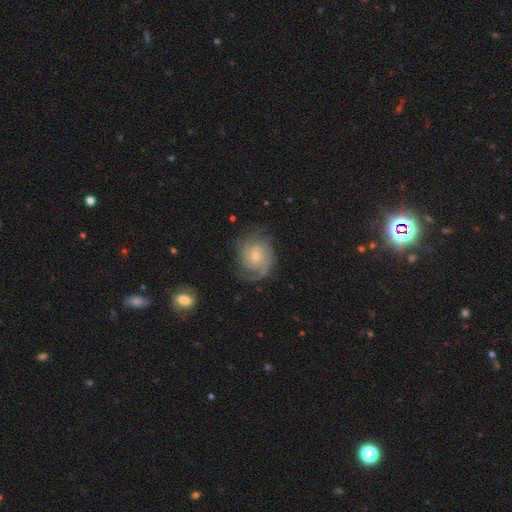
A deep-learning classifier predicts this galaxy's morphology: smooth-or-featured: featured or disk: 78% | smooth: 15% | star or artifact: 8%
  disk-edge-on: no: 97% | yes: 3%
    bar: no: 75% | weak: 22% | strong: 4%
    has-spiral-arms: yes: 94% | no: 6%
      spiral-winding: tight: 53% | medium: 33% | loose: 14%
      spiral-arm-count: 2: 31% | can't tell: 28% | 3: 18% | 1: 13% | 4: 6% | more than 4: 5%
    bulge-size: small: 64% | moderate: 32% | large: 2% | none: 1% | dominant: 1%
  merging: none: 67% | minor disturbance: 19% | major disturbance: 12% | merger: 2%